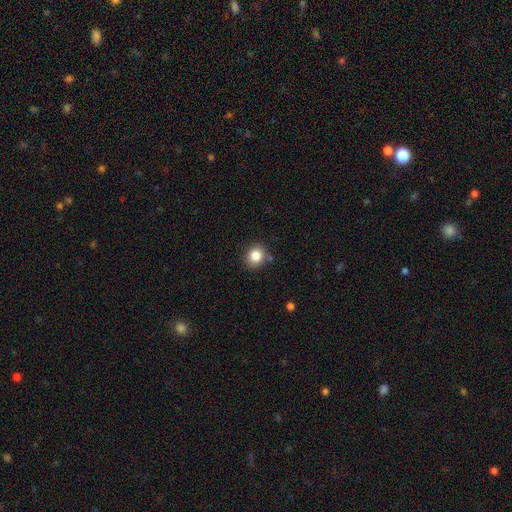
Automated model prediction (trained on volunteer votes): Morphology: type=smooth (84%); roundness=round (78%); merging=none (83%).